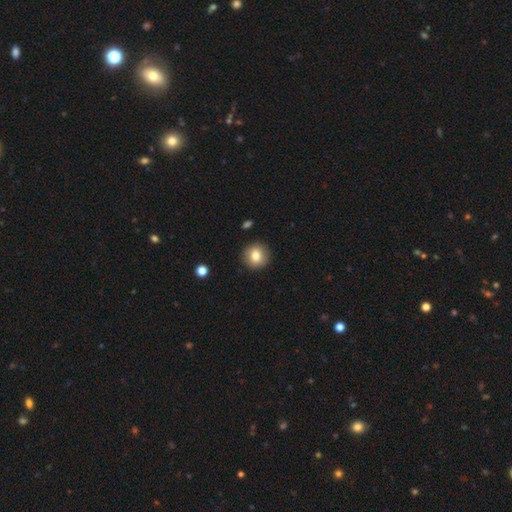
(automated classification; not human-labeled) Overall: smooth (80%). How rounded: round (91%). Merging: none (90%).